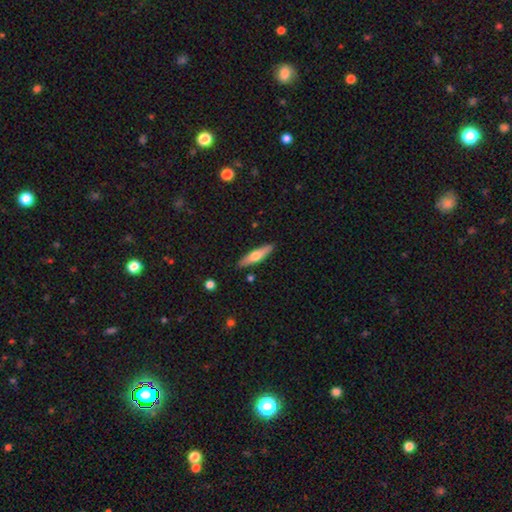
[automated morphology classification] Q: Smooth or featured?
A: smooth (51%); runner-up: featured or disk (43%)
Q: How rounded?
A: cigar-shaped (76%); runner-up: in between (22%)
Q: Merging?
A: none (89%); runner-up: minor disturbance (8%)